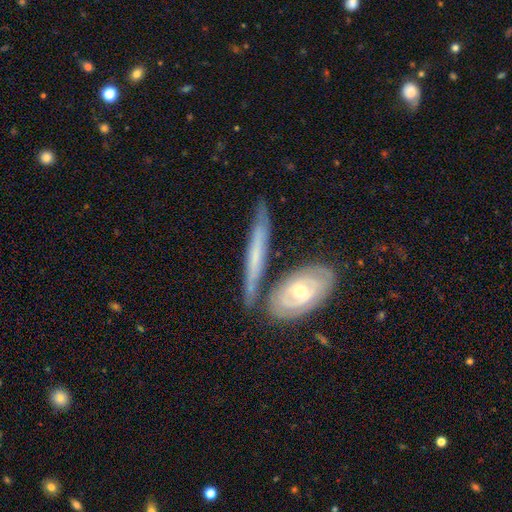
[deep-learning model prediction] Smooth or featured: featured or disk — 61% (smooth — 32%)
Edge-on disk: yes — 57% (no — 43%)
Merging: none — 67% (minor disturbance — 15%)